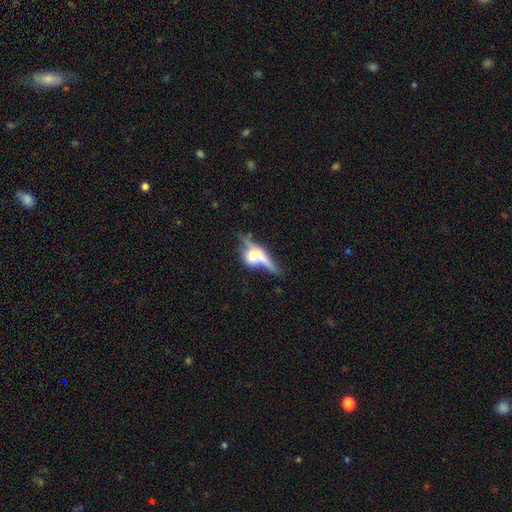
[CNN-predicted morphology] type=featured or disk (48%); merging=merger (40%).